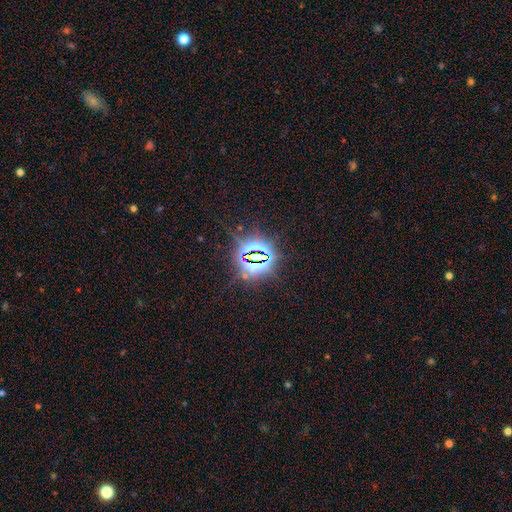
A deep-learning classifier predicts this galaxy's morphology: Smooth or featured: star or artifact — 84% (smooth — 9%)